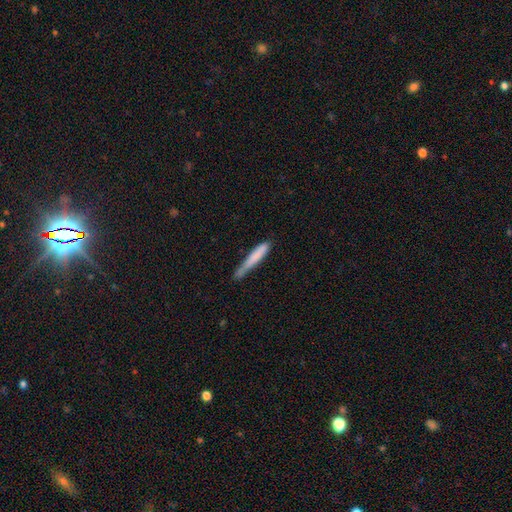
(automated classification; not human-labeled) This appears to be a smooth galaxy with no disk features (74%) that is cigar-shaped (94%). Merging: none (57%).